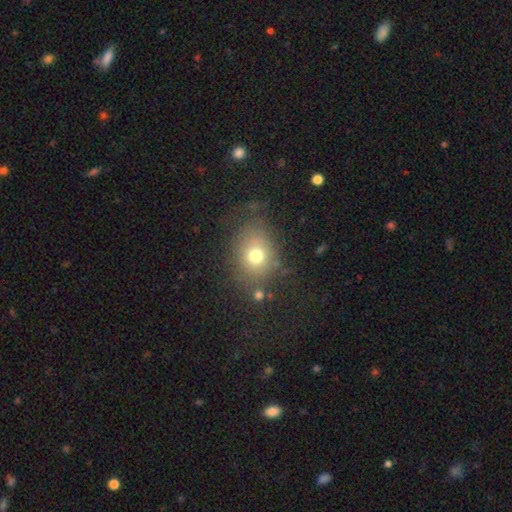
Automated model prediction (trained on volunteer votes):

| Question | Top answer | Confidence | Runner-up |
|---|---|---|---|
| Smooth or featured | smooth | 71% | star or artifact (15%) |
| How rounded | round | 59% | in between (40%) |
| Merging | none | 67% | minor disturbance (18%) |